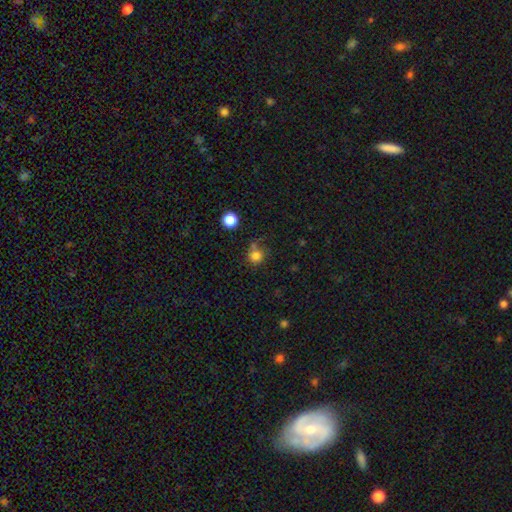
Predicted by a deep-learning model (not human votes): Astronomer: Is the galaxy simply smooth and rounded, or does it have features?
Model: smooth — 80%.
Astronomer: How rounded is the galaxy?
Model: round — 88%.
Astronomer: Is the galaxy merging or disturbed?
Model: none — 63%.